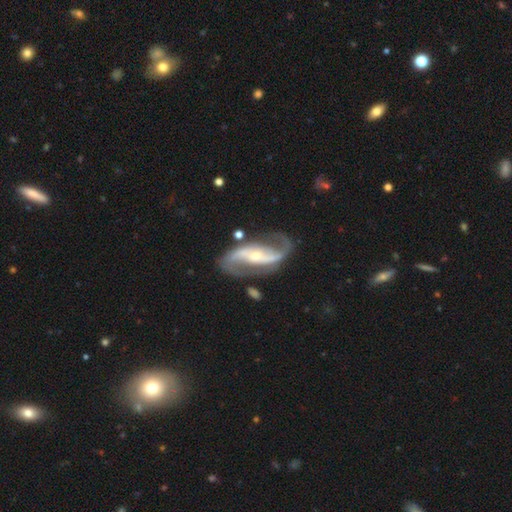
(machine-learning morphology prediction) smooth_or_featured: featured or disk (p=0.92) [alt: star or artifact p=0.04]
disk_edge_on: no (p=0.96) [alt: yes p=0.04]
bar: strong (p=0.45) [alt: no p=0.29]
has_spiral_arms: yes (p=0.97) [alt: no p=0.03]
spiral_winding: loose (p=0.49) [alt: medium p=0.39]
spiral_arm_count: 2 (p=0.93) [alt: can't tell p=0.02]
bulge_size: small (p=0.64) [alt: moderate p=0.31]
merging: none (p=0.75) [alt: minor disturbance p=0.14]